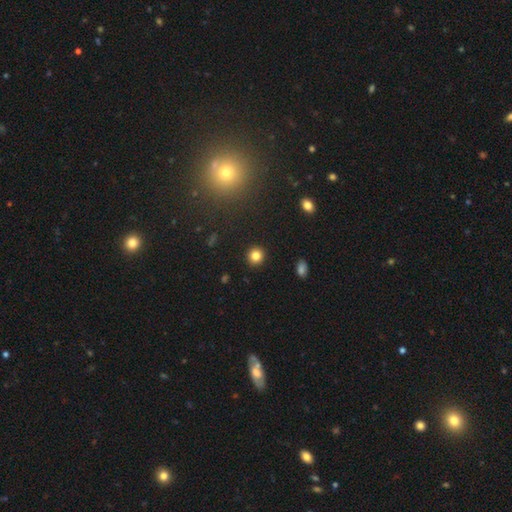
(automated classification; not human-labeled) Overall: smooth (83%). How rounded: round (91%). Merging: none (92%).